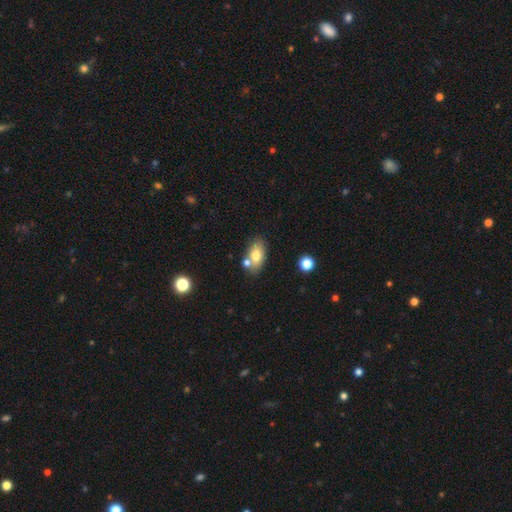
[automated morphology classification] Smooth or featured?
  - smooth: 75% *
  - featured or disk: 17%
  - star or artifact: 8%
How rounded?
  - in between: 89% *
  - round: 9%
  - cigar-shaped: 3%
Merging?
  - none: 64% *
  - merger: 19%
  - minor disturbance: 13%
  - major disturbance: 3%